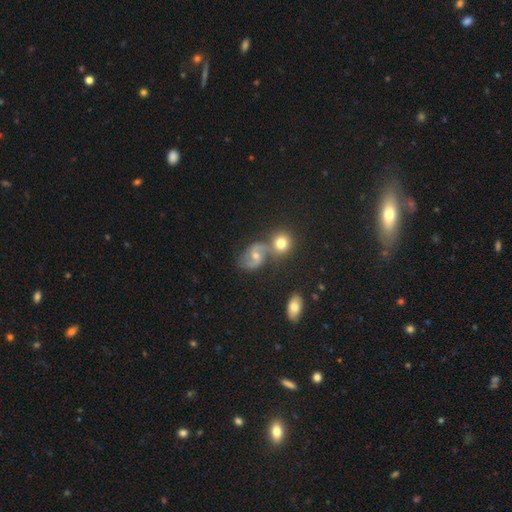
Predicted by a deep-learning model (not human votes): Smooth or featured? featured or disk (69%)
Edge-on disk? no (97%)
Bar? no (45%)
Spiral arms? yes (91%)
Spiral winding? medium (53%)
Spiral arm count? 2 (92%)
Bulge size? moderate (59%)
Merging? none (49%)